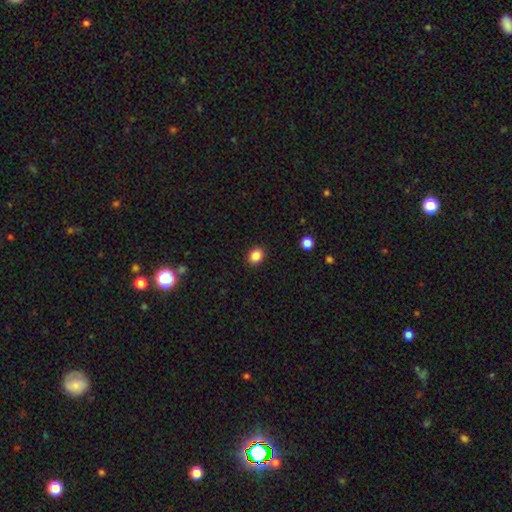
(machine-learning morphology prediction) smooth_or_featured: smooth (p=0.87) [alt: star or artifact p=0.10]
how_rounded: round (p=0.57) [alt: in between p=0.42]
merging: none (p=0.90) [alt: minor disturbance p=0.07]